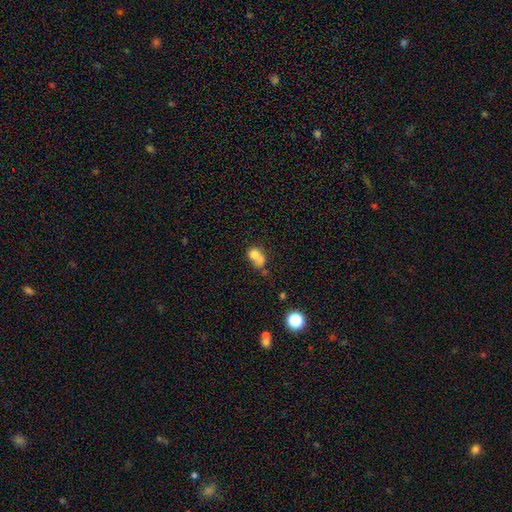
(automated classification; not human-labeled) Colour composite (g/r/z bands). It shows a smooth galaxy with no disk features (68%) that is round (62%). Merging: merger (66%).